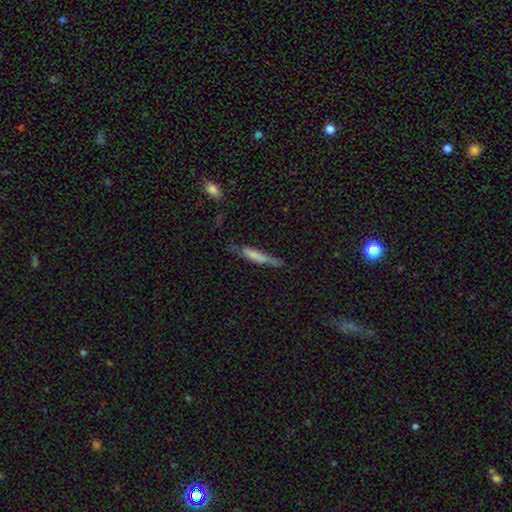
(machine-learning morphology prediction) Q: Smooth or featured?
A: smooth (59%); runner-up: featured or disk (34%)
Q: How rounded?
A: cigar-shaped (90%); runner-up: in between (8%)
Q: Merging?
A: none (58%); runner-up: minor disturbance (28%)